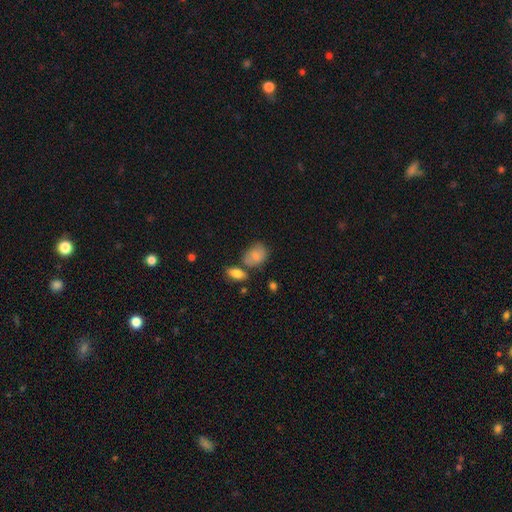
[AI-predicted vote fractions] smooth 78%, featured or disk 14%, star or artifact 8%. Down the decision tree: how rounded — in between (61%); merging — none (54%).